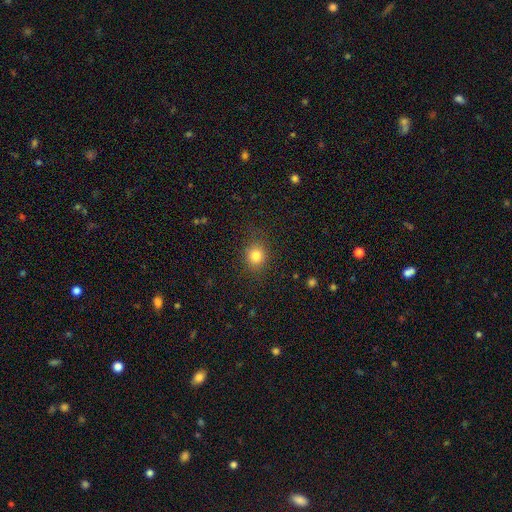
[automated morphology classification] A smooth galaxy with no disk features (83%) that is round (74%).

Vote fractions:
- Smooth or featured? smooth: 83% / star or artifact: 11% / featured or disk: 6%
- How rounded? round: 74% / in between: 25% / cigar-shaped: 1%
- Merging? none: 84% / minor disturbance: 11% / major disturbance: 4% / merger: 1%